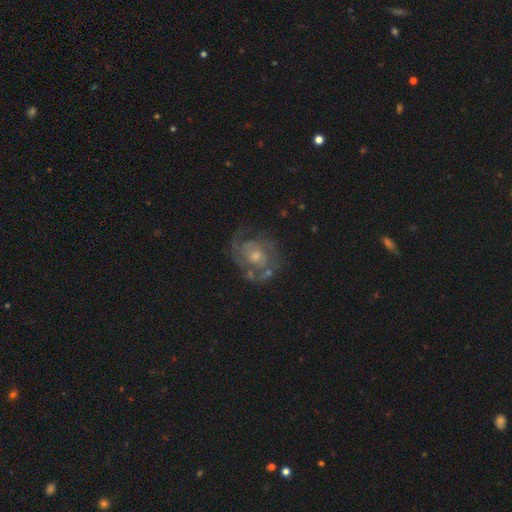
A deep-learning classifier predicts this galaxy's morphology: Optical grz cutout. It shows a featured or disk galaxy (81%) with no bar (76%), 2 (44%) tight (44%) spiral arms (87%) and a small central bulge (55%). Merging: none (62%).